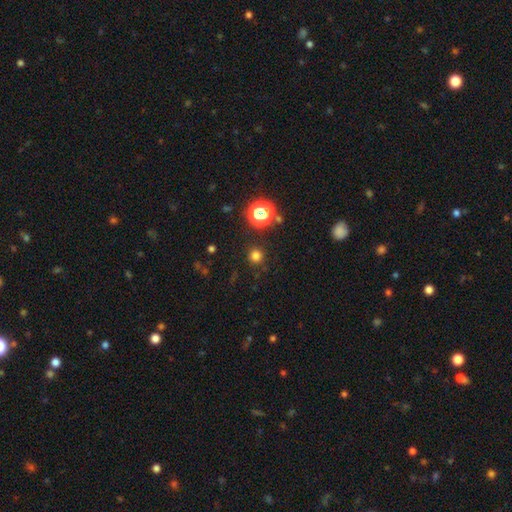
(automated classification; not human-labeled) Overall: smooth (72%). How rounded: round (94%). Merging: none (88%).